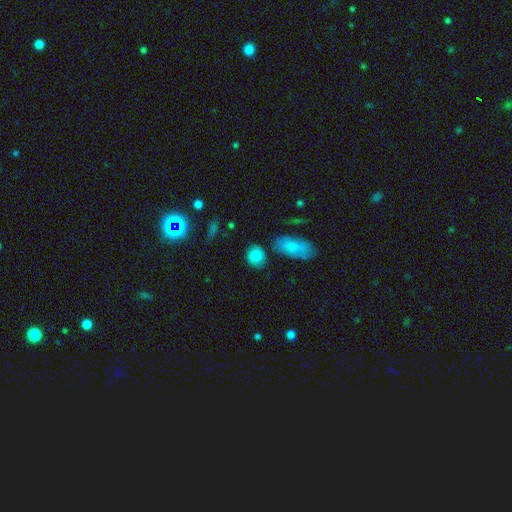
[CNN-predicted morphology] Overall: smooth (85%). How rounded: round (65%; in between 34%). Merging: none (73%).